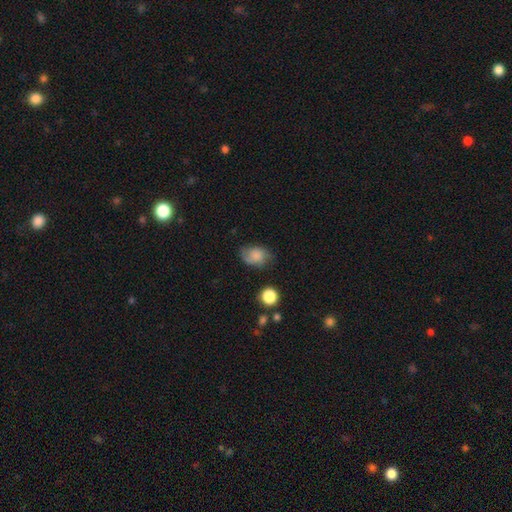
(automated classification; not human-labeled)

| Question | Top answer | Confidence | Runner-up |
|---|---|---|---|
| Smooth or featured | smooth | 65% | featured or disk (25%) |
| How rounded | in between | 72% | round (27%) |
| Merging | none | 56% | minor disturbance (29%) |